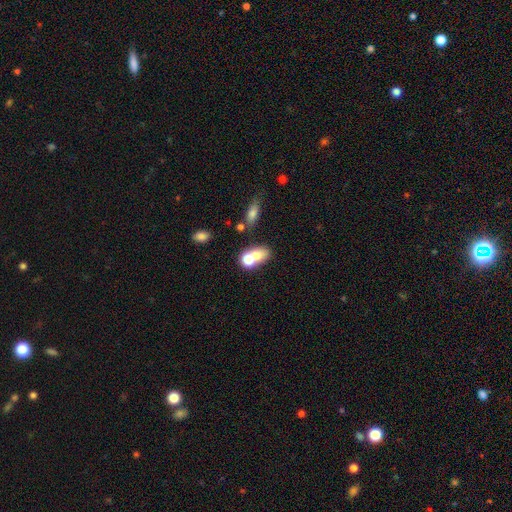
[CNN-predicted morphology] Overall: smooth (68%). How rounded: in between (60%; round 38%). Merging: merger (60%; none 27%).